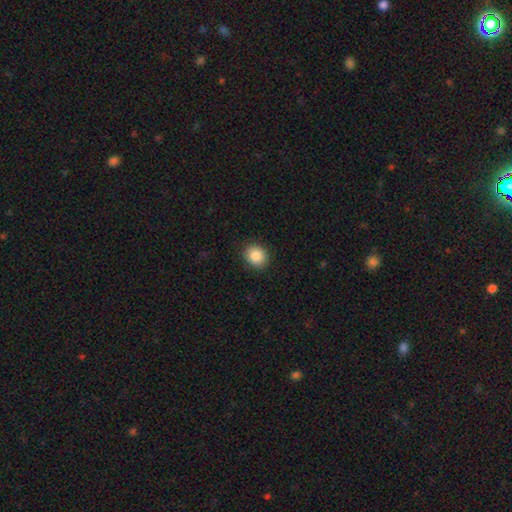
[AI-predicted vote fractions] Smooth or featured?
  - smooth: 86% *
  - star or artifact: 9%
  - featured or disk: 5%
How rounded?
  - round: 67% *
  - in between: 32%
  - cigar-shaped: 1%
Merging?
  - none: 90% *
  - minor disturbance: 7%
  - major disturbance: 2%
  - merger: 1%